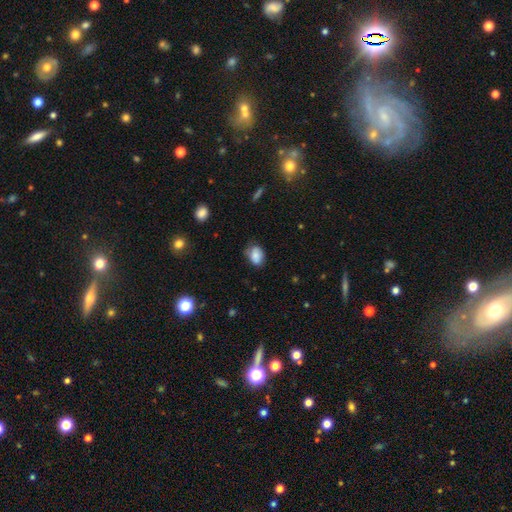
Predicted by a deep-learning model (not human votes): smooth 82%, featured or disk 9%, star or artifact 9%. Down the decision tree: how rounded — in between (75%); merging — none (61%).